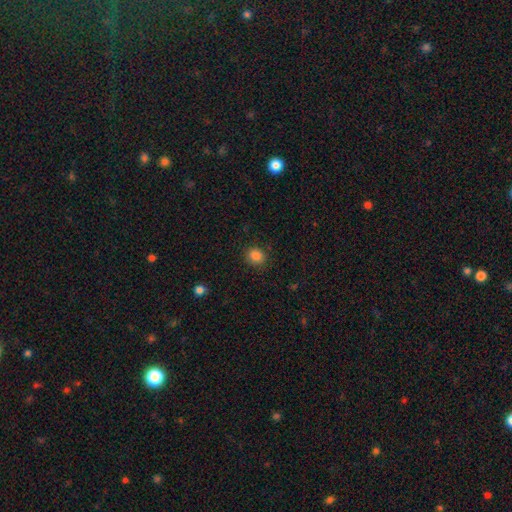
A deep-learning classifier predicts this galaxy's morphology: smooth 85%, star or artifact 11%, featured or disk 3%. Down the decision tree: how rounded — round (73%); merging — none (87%).